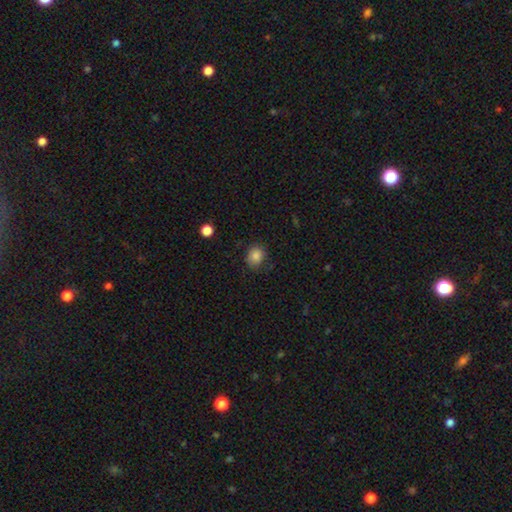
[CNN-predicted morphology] Smooth or featured: smooth — 85% (star or artifact — 10%)
How rounded: round — 65% (in between — 34%)
Merging: none — 77% (minor disturbance — 18%)